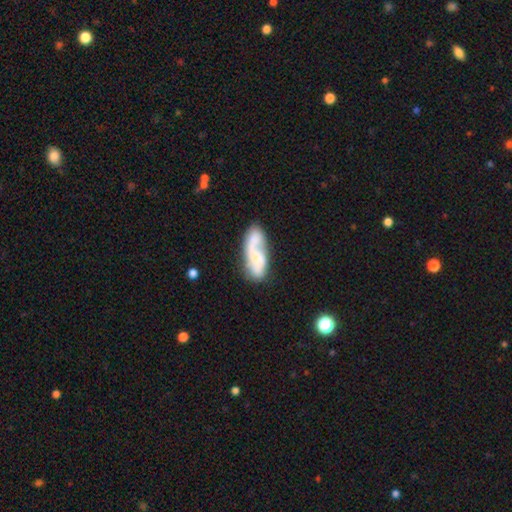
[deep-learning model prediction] Overall: featured or disk (62%; smooth 31%). Edge-on disk: no (93%). Bar: no (56%; weak 33%). Spiral arms: yes (85%). Bulge size: small (41%; moderate 28%). Merging: none (56%; minor disturbance 22%).